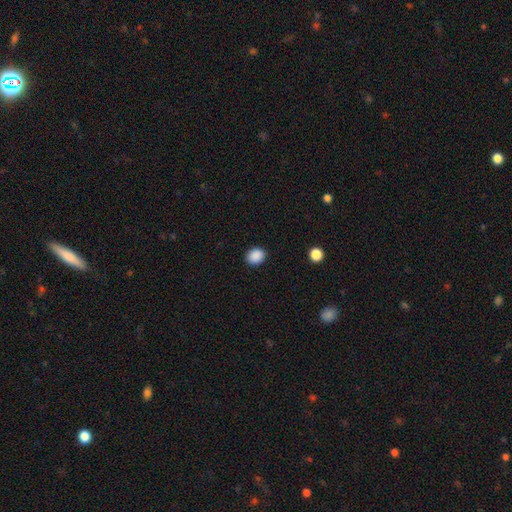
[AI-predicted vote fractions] Overall: smooth (89%). How rounded: round (59%; in between 40%). Merging: none (90%).